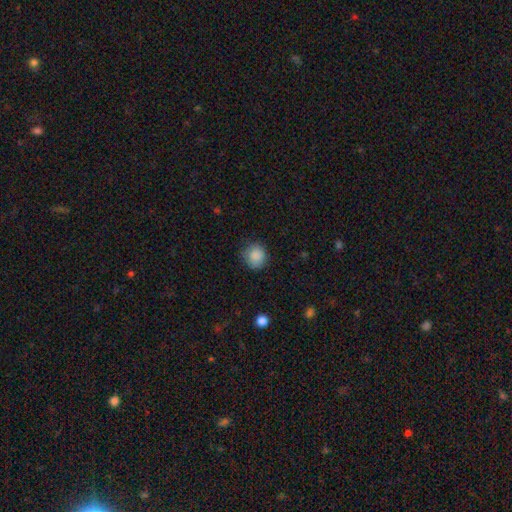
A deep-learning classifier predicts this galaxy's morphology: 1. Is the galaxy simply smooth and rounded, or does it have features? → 87% smooth, 9% star or artifact, 4% featured or disk.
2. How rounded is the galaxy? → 87% round, 12% in between, 1% cigar-shaped.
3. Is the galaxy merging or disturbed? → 79% none, 16% minor disturbance, 4% major disturbance, 1% merger.